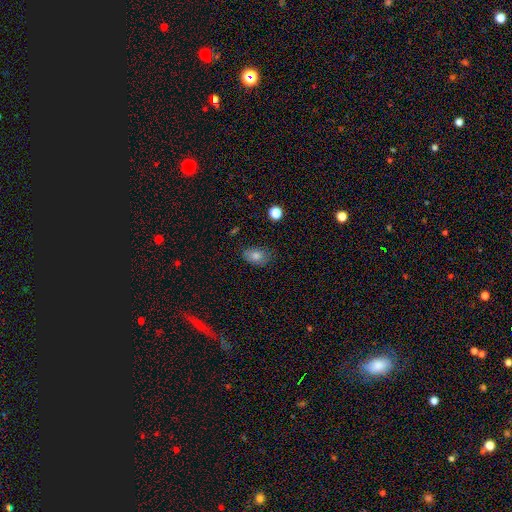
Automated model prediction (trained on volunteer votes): Smooth or featured? Predicted: smooth (p=0.78). How rounded? Predicted: in between (p=0.84). Merging? Predicted: none (p=0.75).